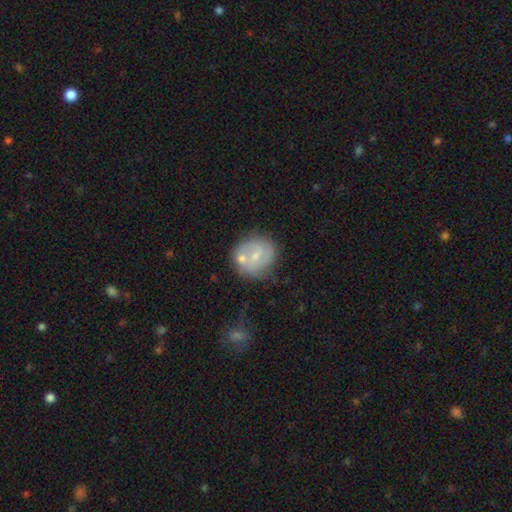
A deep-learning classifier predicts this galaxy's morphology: This is possibly a featured or disk galaxy (47%). Merging: possibly none (54%).